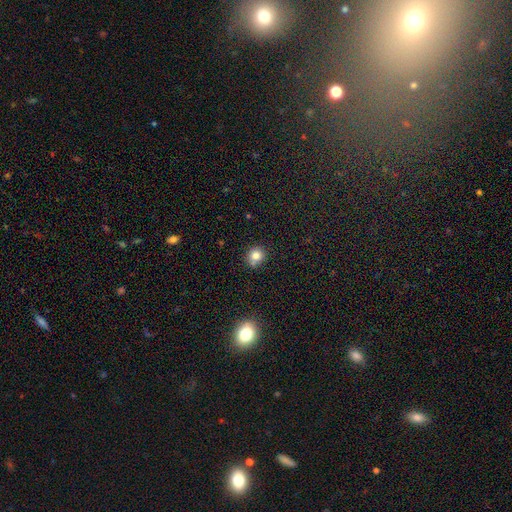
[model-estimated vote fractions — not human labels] Smooth or featured? smooth (81%)
How rounded? round (86%)
Merging? none (69%)